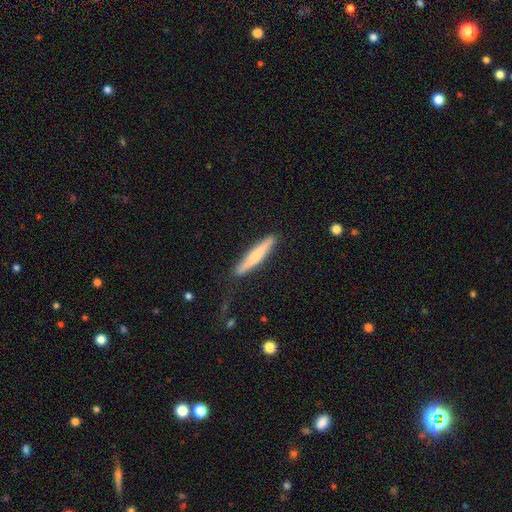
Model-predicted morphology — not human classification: type=smooth (60%); roundness=cigar-shaped (93%); merging=none (87%).